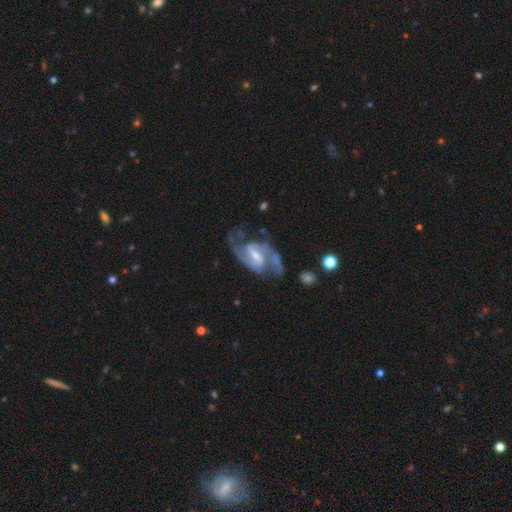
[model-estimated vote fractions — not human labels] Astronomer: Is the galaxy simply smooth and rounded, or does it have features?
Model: featured or disk — 90%.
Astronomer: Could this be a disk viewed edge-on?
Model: no — 97%.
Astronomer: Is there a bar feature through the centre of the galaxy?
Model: weak — 49% (runner-up: strong, 39%).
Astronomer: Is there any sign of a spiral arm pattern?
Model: yes — 97%.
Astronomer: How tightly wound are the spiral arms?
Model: medium — 58%.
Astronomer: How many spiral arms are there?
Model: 2 — 89%.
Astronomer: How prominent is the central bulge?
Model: small — 48% (runner-up: moderate, 40%).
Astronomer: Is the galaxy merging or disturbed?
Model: none — 59%.